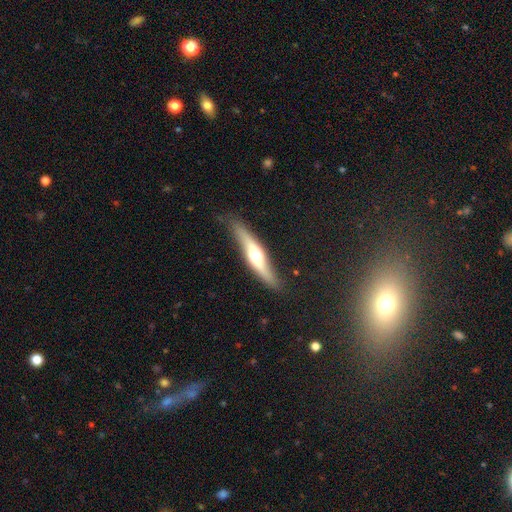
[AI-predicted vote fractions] Smooth or featured: featured or disk — 62% (smooth — 34%)
Edge-on disk: yes — 84% (no — 16%)
Edge-on bulge: rounded — 90% (none — 5%)
Merging: none — 81% (minor disturbance — 14%)